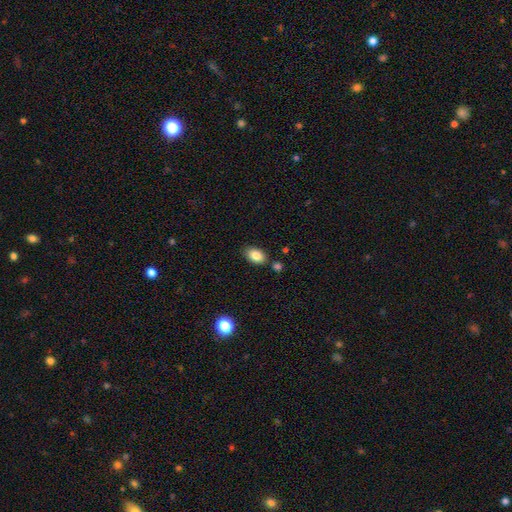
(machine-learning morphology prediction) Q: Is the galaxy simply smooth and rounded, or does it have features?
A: smooth — 85%.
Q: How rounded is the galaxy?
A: in between — 88%.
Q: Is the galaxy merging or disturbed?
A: none — 80%.